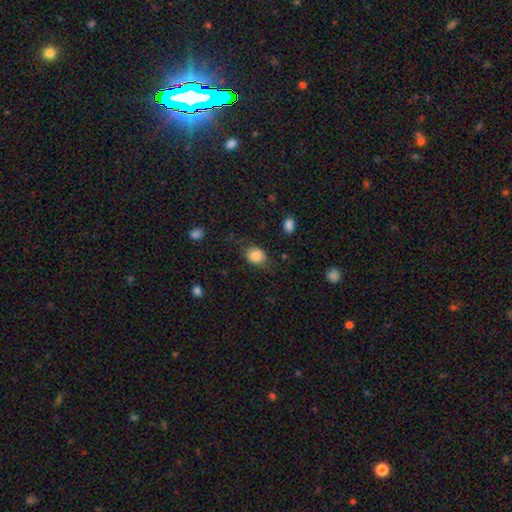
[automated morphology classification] Smooth or featured? Predicted: smooth (p=0.85). How rounded? Predicted: in between (p=0.55). Merging? Predicted: none (p=0.71).